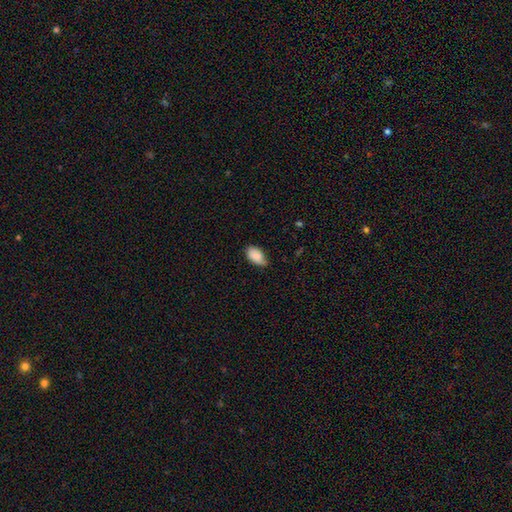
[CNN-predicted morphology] Smooth or featured? Predicted: smooth (p=0.86). How rounded? Predicted: in between (p=0.93). Merging? Predicted: none (p=0.59).